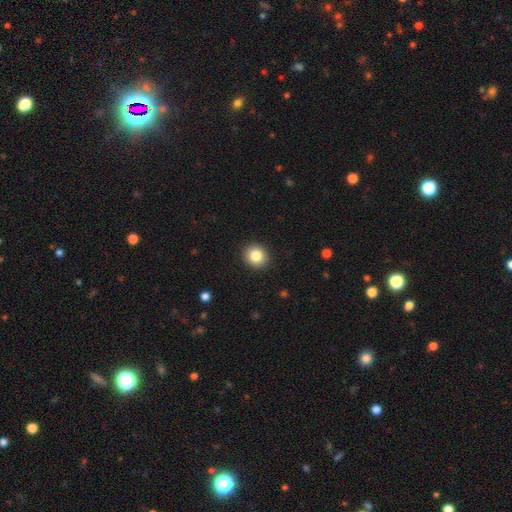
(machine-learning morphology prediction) A smooth galaxy with no disk features (84%) that is round (84%). Merging: none (92%).